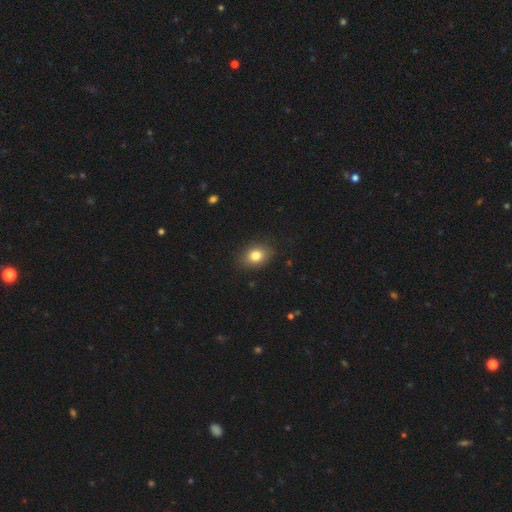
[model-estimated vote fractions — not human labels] This appears to be a smooth galaxy with no disk features (82%) that is in between round and cigar-shaped (65%). Merging: none (85%).